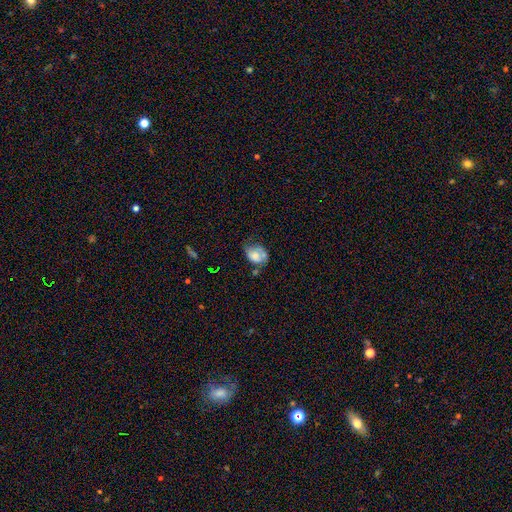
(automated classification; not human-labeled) smooth 62%, featured or disk 30%, star or artifact 9%. Down the decision tree: how rounded — in between (68%); merging — minor disturbance (35%).